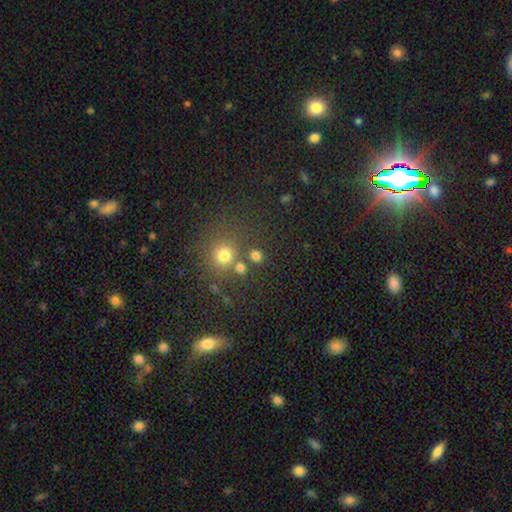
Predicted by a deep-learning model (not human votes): Smooth or featured?
  - smooth: 75% *
  - star or artifact: 19%
  - featured or disk: 6%
How rounded?
  - round: 81% *
  - in between: 18%
  - cigar-shaped: 1%
Merging?
  - none: 72% *
  - merger: 16%
  - minor disturbance: 8%
  - major disturbance: 4%